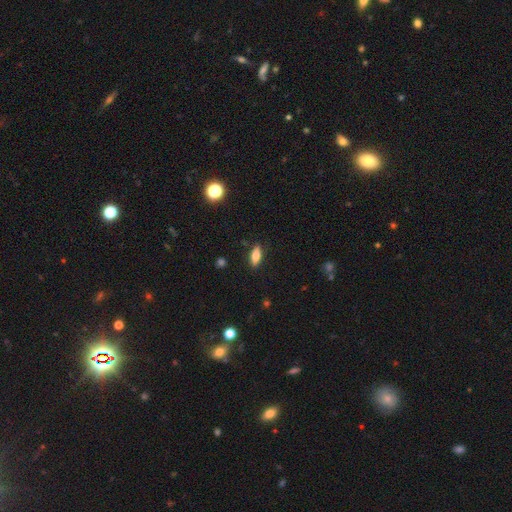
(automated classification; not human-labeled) A smooth galaxy with no disk features (67%) that is in between round and cigar-shaped (69%).

Vote fractions:
- Smooth or featured? smooth: 67% / featured or disk: 25% / star or artifact: 8%
- How rounded? in between: 69% / cigar-shaped: 27% / round: 3%
- Merging? none: 88% / minor disturbance: 9% / major disturbance: 2% / merger: 1%